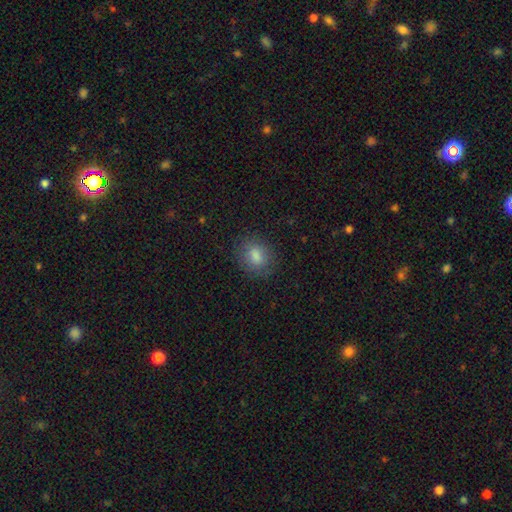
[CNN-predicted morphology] smooth 82%, star or artifact 10%, featured or disk 8%. Down the decision tree: how rounded — round (58%); merging — none (84%).